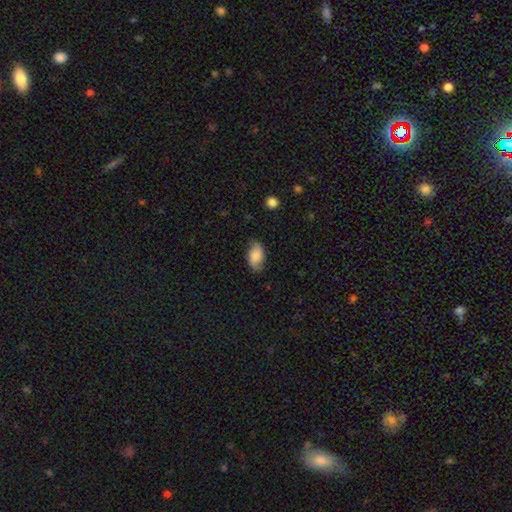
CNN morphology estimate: Smooth or featured? smooth (75%)
How rounded? in between (93%)
Merging? none (75%)